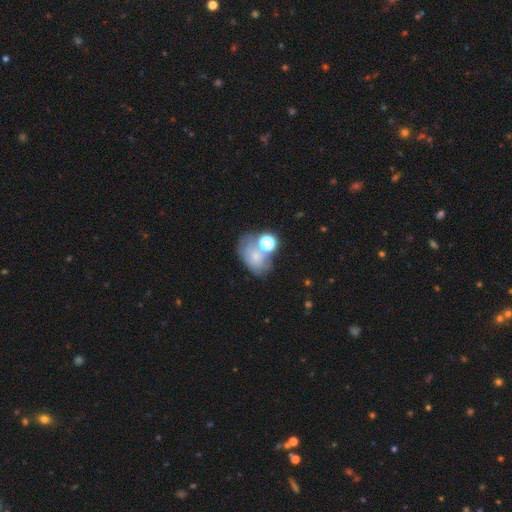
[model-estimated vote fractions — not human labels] A smooth galaxy with no disk features (55%) that is in between round and cigar-shaped (69%).

Vote fractions:
- Smooth or featured? smooth: 55% / featured or disk: 27% / star or artifact: 18%
- How rounded? in between: 69% / round: 30% / cigar-shaped: 1%
- Merging? none: 39% / merger: 27% / minor disturbance: 20% / major disturbance: 14%